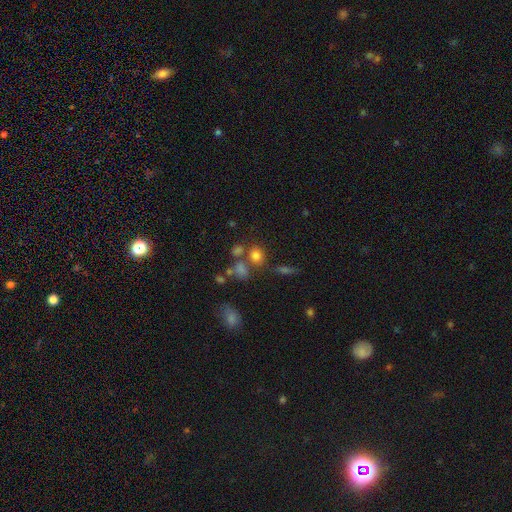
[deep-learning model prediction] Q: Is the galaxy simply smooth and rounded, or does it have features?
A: smooth — 75%.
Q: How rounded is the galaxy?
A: round — 70%.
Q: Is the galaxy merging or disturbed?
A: none — 58%.